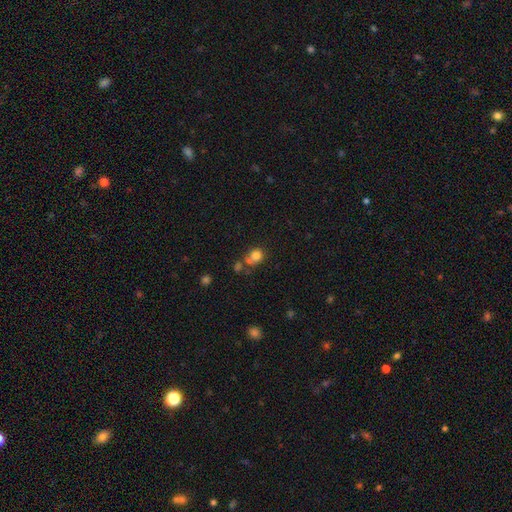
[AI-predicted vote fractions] A smooth galaxy with no disk features (79%) that is round (75%). Merging: none (48%).